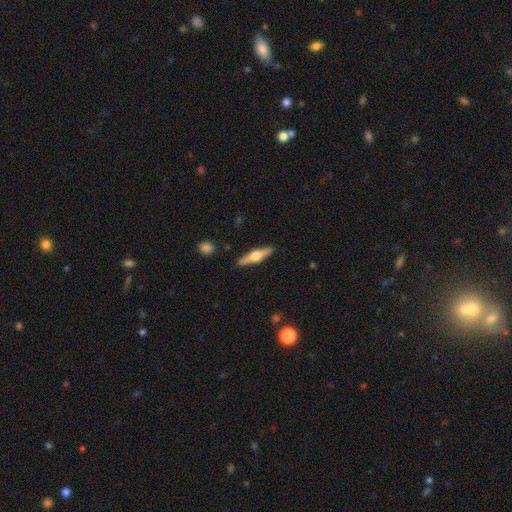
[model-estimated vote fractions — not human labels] Smooth or featured: featured or disk — 65% (smooth — 30%)
Edge-on disk: yes — 96% (no — 4%)
Edge-on bulge: rounded — 95% (boxy — 3%)
Merging: none — 90% (minor disturbance — 7%)